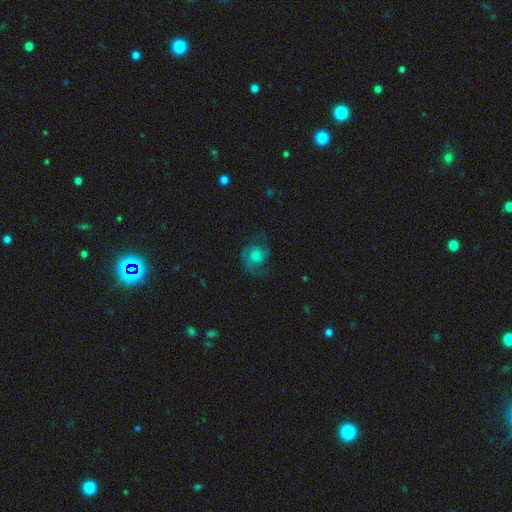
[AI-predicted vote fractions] featured or disk 67%, smooth 24%, star or artifact 9%. Down the decision tree: edge-on disk — no (97%); bar — no (75%); spiral arms — yes (92%); spiral arm count — 2 (65%); spiral winding — medium (49%); bulge size — moderate (51%); merging — none (65%).